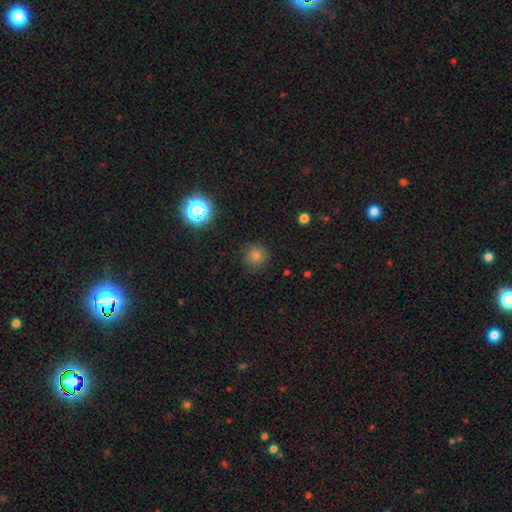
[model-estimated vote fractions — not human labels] A smooth galaxy with no disk features (77%) that is round (94%).

Vote fractions:
- Smooth or featured? smooth: 77% / star or artifact: 18% / featured or disk: 6%
- How rounded? round: 94% / in between: 5% / cigar-shaped: 1%
- Merging? none: 89% / minor disturbance: 8% / major disturbance: 2% / merger: 1%